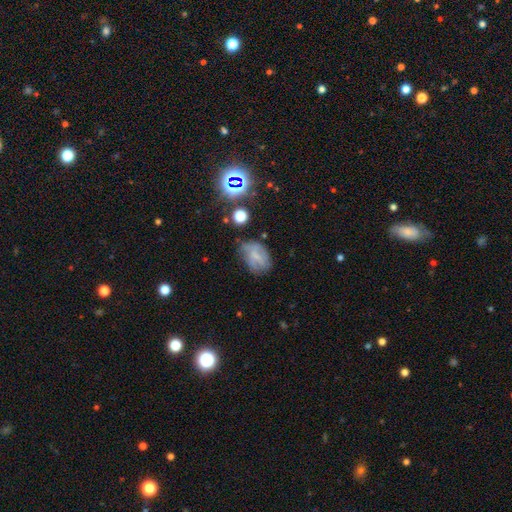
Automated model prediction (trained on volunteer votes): smooth 45%, featured or disk 39%, star or artifact 16%. Down the decision tree: merging — none (50%).